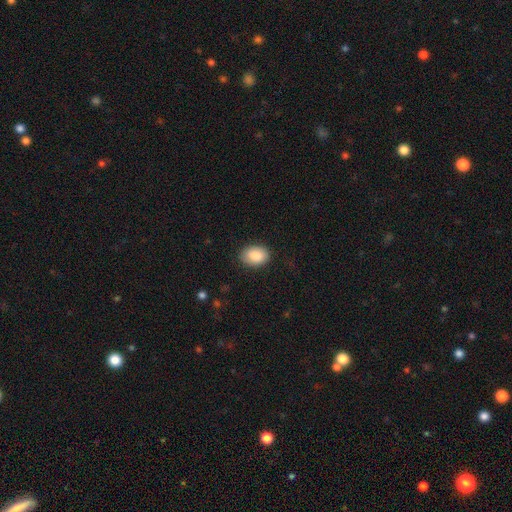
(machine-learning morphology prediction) Overall: smooth (89%). How rounded: in between (80%). Merging: none (83%).